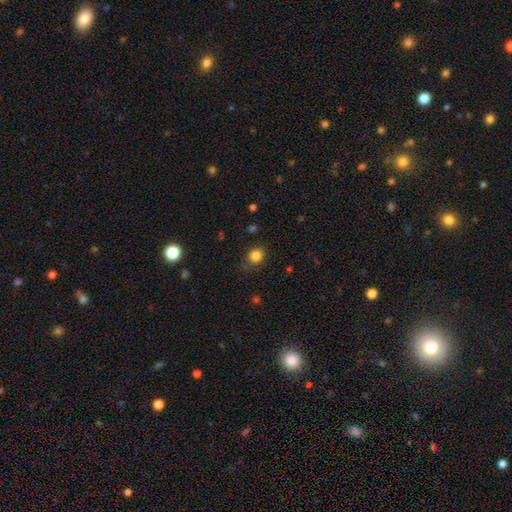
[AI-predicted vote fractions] This appears to be a smooth galaxy with no disk features (83%) that is round (80%). Merging: none (81%).